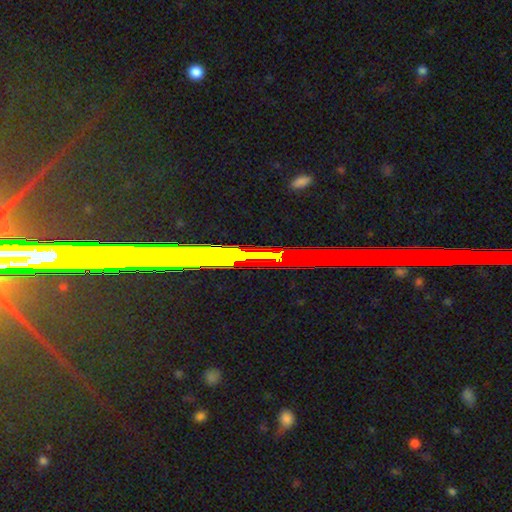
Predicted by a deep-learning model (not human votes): The model was most divided on "smooth or featured": star or artifact: 74%, featured or disk: 13%, smooth: 13%.